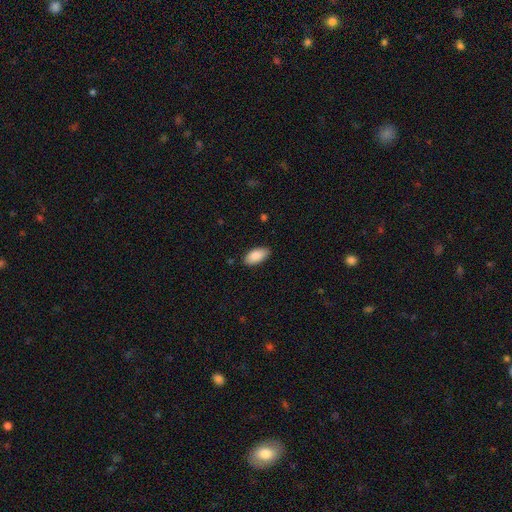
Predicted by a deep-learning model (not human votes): Smooth or featured? Predicted: smooth (p=0.88). How rounded? Predicted: in between (p=0.93). Merging? Predicted: none (p=0.85).